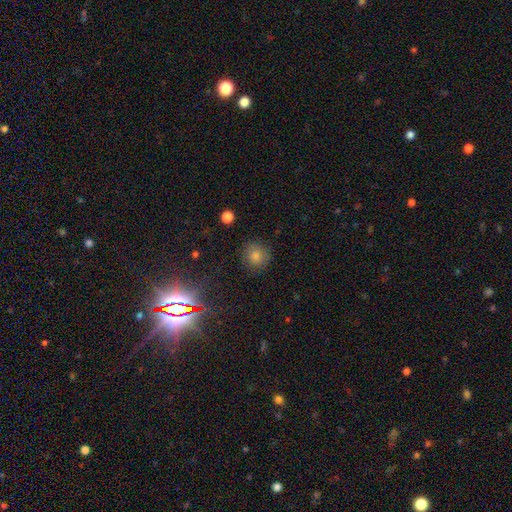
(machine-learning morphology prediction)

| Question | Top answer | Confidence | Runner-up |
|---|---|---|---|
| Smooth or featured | smooth | 61% | star or artifact (28%) |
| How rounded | round | 90% | in between (9%) |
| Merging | none | 86% | minor disturbance (9%) |